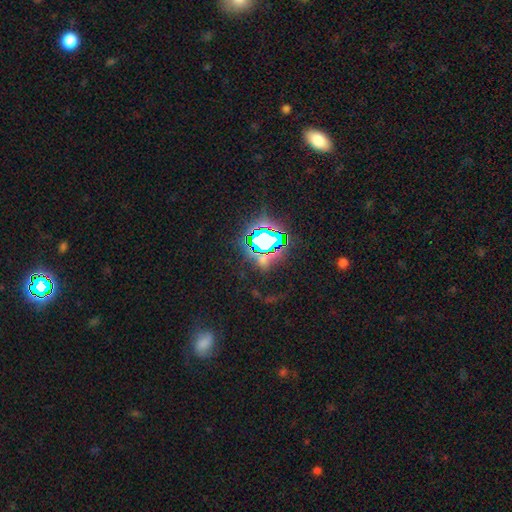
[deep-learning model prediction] Smooth or featured: star or artifact — 79% (smooth — 12%)